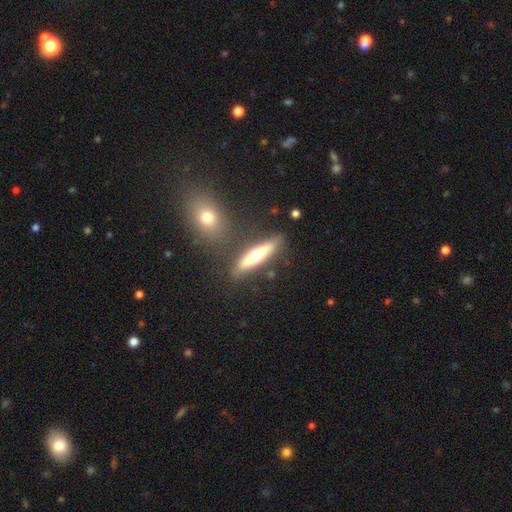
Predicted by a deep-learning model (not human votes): A smooth galaxy with no disk features (47%). Merging: none (77%).